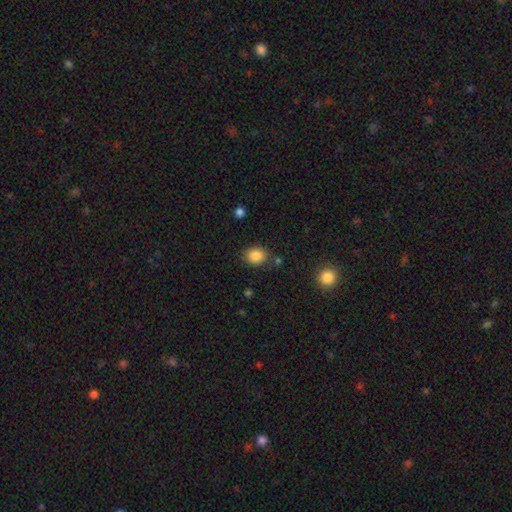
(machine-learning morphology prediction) type=smooth (86%); roundness=round (56%); merging=none (81%).